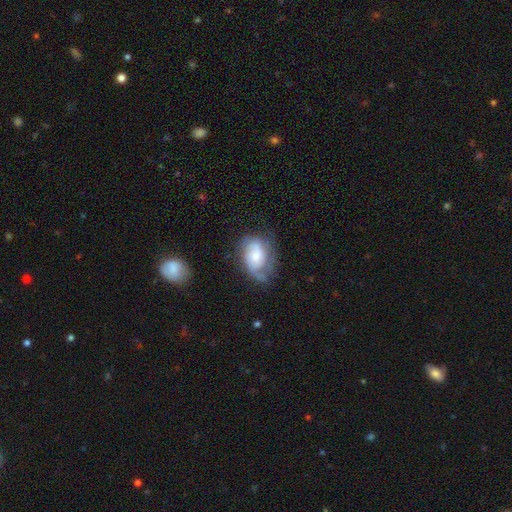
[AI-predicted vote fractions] Smooth or featured? featured or disk (60%)
Edge-on disk? no (96%)
Bar? no (67%)
Spiral arms? yes (84%)
Bulge size? small (46%)
Merging? none (51%)